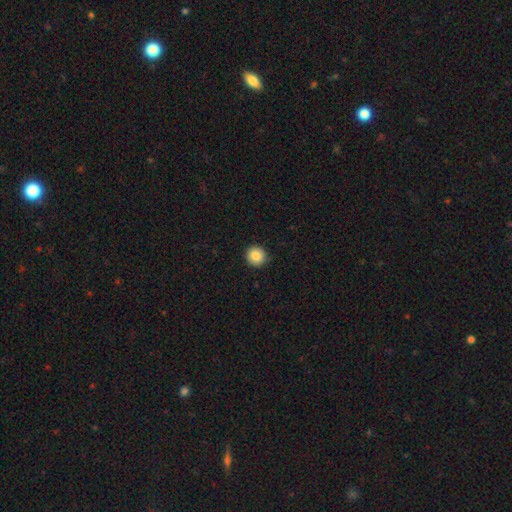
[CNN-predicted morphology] Q: Smooth or featured?
A: smooth (86%); runner-up: star or artifact (9%)
Q: How rounded?
A: round (94%); runner-up: in between (5%)
Q: Merging?
A: none (92%); runner-up: minor disturbance (5%)